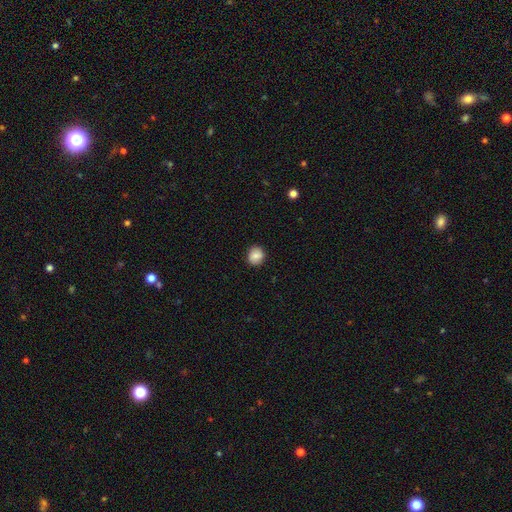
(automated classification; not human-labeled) Q: Smooth or featured?
A: smooth (86%); runner-up: star or artifact (9%)
Q: How rounded?
A: round (78%); runner-up: in between (21%)
Q: Merging?
A: none (89%); runner-up: minor disturbance (8%)